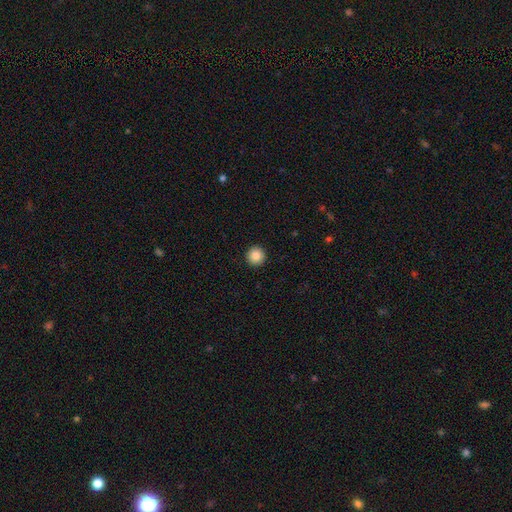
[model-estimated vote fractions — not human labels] smooth-or-featured: smooth: 87% | star or artifact: 9% | featured or disk: 4%
  how-rounded: round: 96% | in between: 3% | cigar-shaped: 1%
  merging: none: 93% | minor disturbance: 4% | major disturbance: 2% | merger: 1%